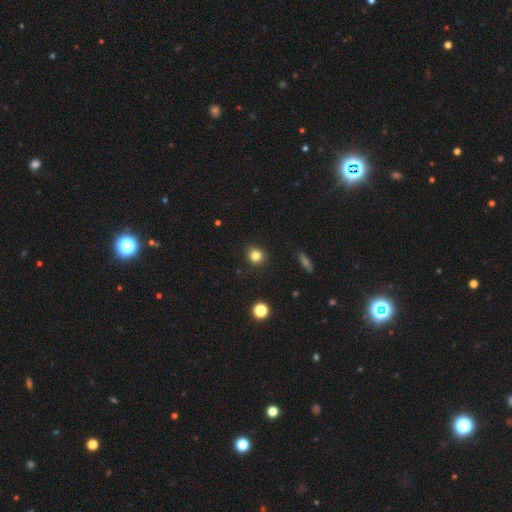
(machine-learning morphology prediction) type=smooth (82%); roundness=round (86%); merging=none (89%).